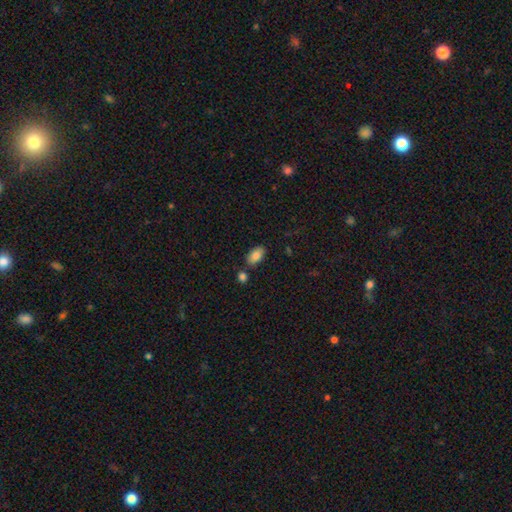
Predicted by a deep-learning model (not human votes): smooth_or_featured: smooth (p=0.85) [alt: featured or disk p=0.07]
how_rounded: in between (p=0.94) [alt: round p=0.04]
merging: none (p=0.78) [alt: minor disturbance p=0.11]